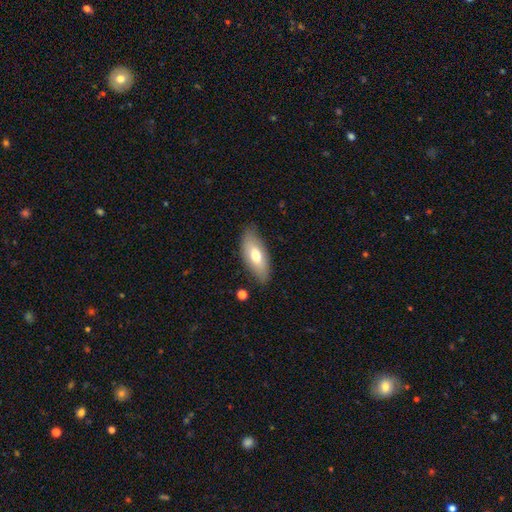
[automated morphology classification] smooth 66%, featured or disk 27%, star or artifact 6%. Down the decision tree: how rounded — in between (77%); merging — none (81%).